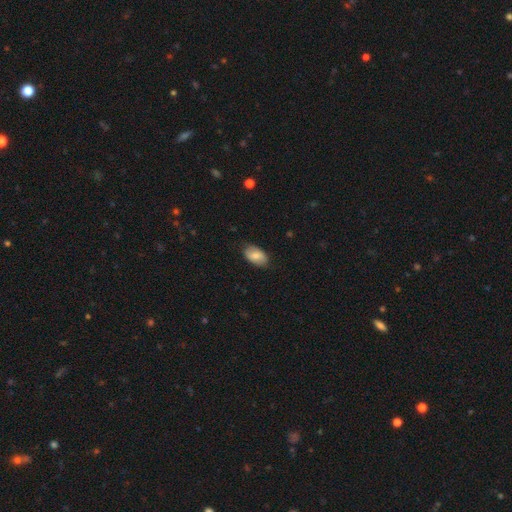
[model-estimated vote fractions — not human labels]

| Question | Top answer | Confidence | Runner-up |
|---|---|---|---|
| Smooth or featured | smooth | 76% | featured or disk (17%) |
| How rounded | in between | 92% | round (6%) |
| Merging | none | 81% | minor disturbance (15%) |